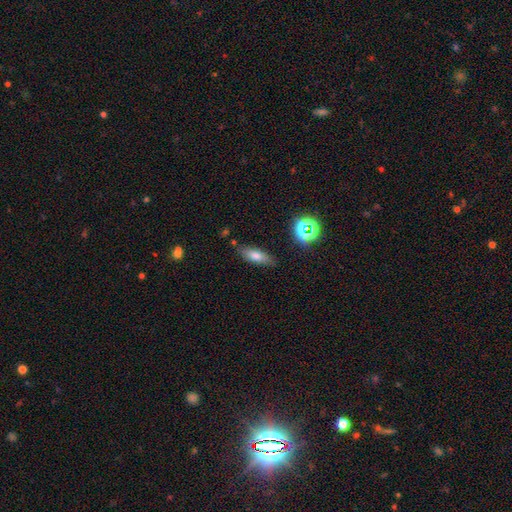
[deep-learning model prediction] Morphology: type=smooth (70%); roundness=in between (66%); merging=none (78%).